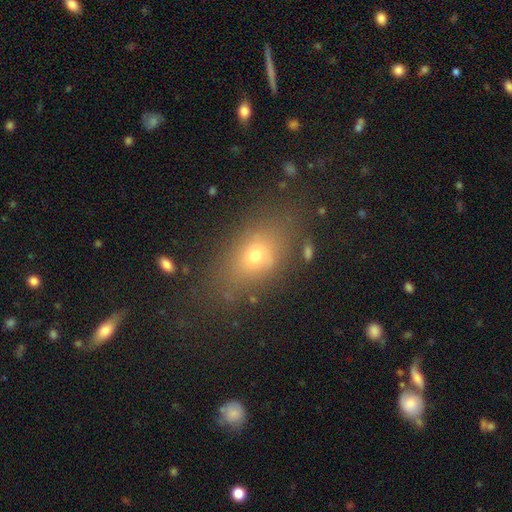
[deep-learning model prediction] Morphology: type=smooth (68%); roundness=in between (75%); merging=none (73%).